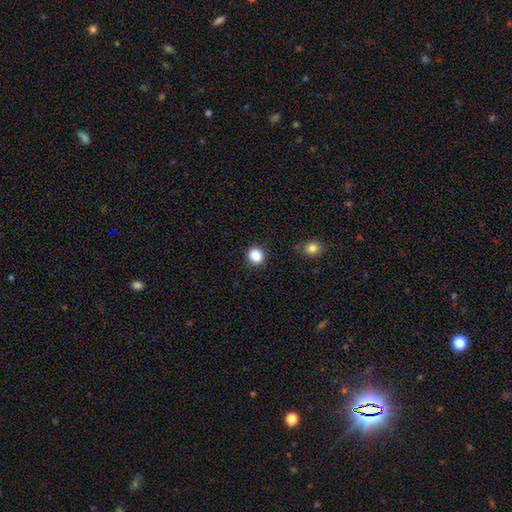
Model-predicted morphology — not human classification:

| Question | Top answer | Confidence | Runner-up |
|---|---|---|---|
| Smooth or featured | smooth | 87% | star or artifact (10%) |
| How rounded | round | 91% | in between (8%) |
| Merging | none | 89% | minor disturbance (7%) |